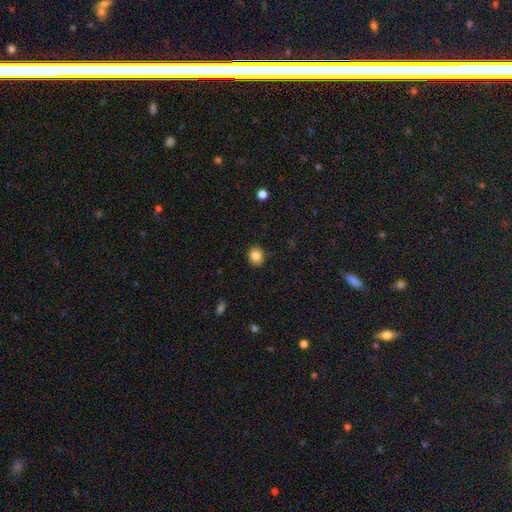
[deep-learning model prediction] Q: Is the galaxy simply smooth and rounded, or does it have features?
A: smooth — 85%.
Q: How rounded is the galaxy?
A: round — 66%.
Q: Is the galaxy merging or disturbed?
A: none — 88%.